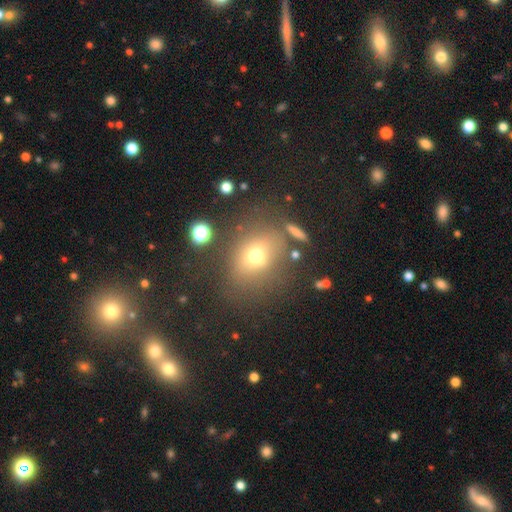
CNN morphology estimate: Smooth or featured? smooth (65%)
How rounded? round (52%)
Merging? none (67%)